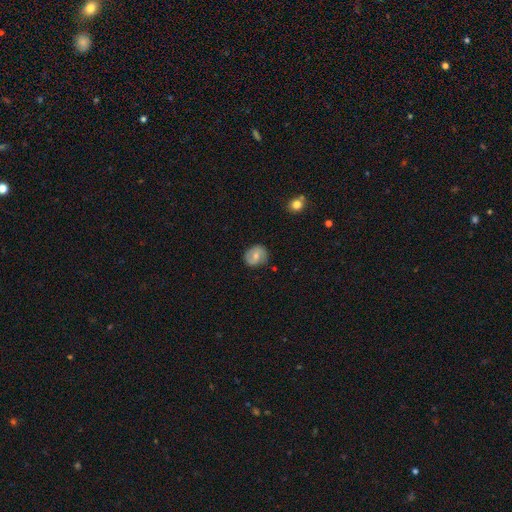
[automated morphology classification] This is possibly a featured or disk galaxy (47%). Merging: likely none (80%).